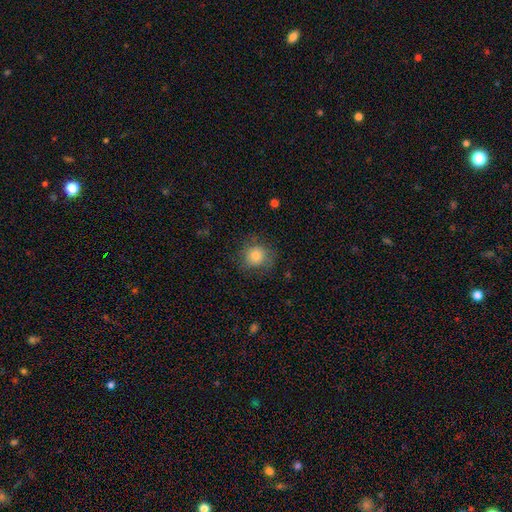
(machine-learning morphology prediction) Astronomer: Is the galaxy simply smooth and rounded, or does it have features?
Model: smooth — 82%.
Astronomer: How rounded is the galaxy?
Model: round — 88%.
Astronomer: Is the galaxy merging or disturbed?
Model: none — 77%.